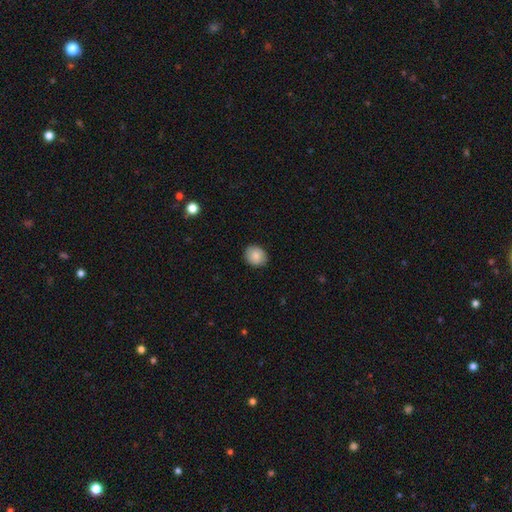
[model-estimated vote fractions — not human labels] smooth 87%, star or artifact 8%, featured or disk 6%. Down the decision tree: how rounded — round (70%); merging — none (89%).